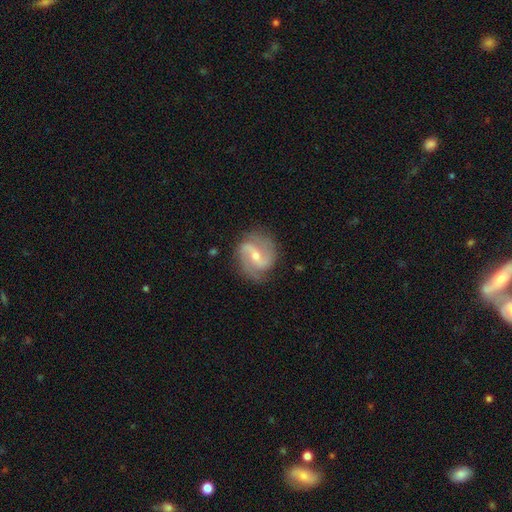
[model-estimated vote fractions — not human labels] Smooth or featured?
  - featured or disk: 87% *
  - smooth: 7%
  - star or artifact: 5%
Edge-on disk?
  - no: 97% *
  - yes: 3%
Bar?
  - weak: 45% *
  - strong: 33%
  - no: 22%
Spiral arms?
  - yes: 97% *
  - no: 3%
Spiral winding?
  - medium: 50% *
  - loose: 30%
  - tight: 20%
Spiral arm count?
  - 2: 86% *
  - 3: 5%
  - can't tell: 4%
  - 1: 2%
  - 4: 1%
  - more than 4: 1%
Bulge size?
  - small: 52% *
  - moderate: 45%
  - large: 1%
  - none: 1%
  - dominant: 1%
Merging?
  - none: 81% *
  - minor disturbance: 14%
  - major disturbance: 4%
  - merger: 1%